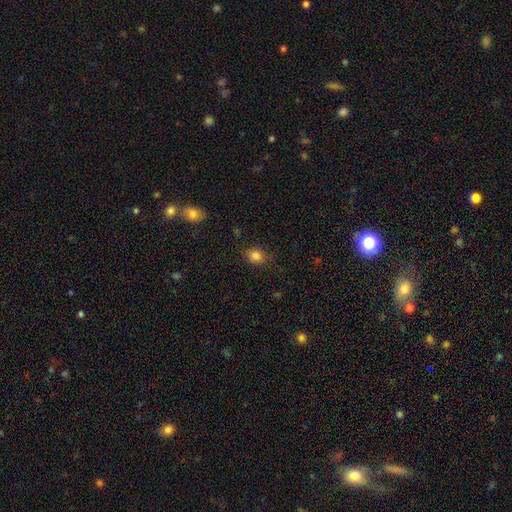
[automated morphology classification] This appears to be a smooth galaxy with no disk features (82%) that is round (70%). Merging: none (78%).